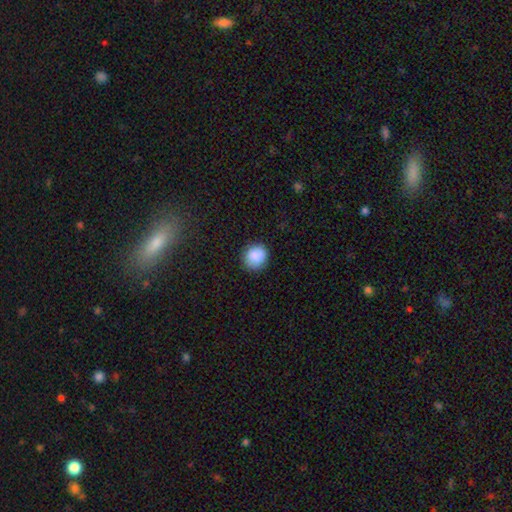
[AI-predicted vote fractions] Smooth or featured? Predicted: smooth (p=0.89). How rounded? Predicted: round (p=0.82). Merging? Predicted: none (p=0.86).